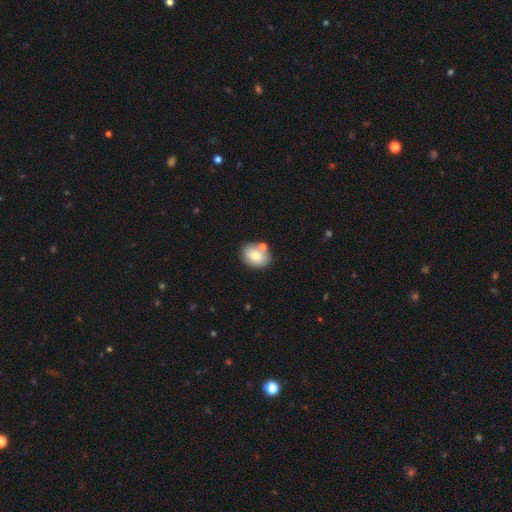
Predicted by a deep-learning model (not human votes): Smooth or featured? Predicted: smooth (p=0.76). How rounded? Predicted: in between (p=0.65). Merging? Predicted: none (p=0.65).